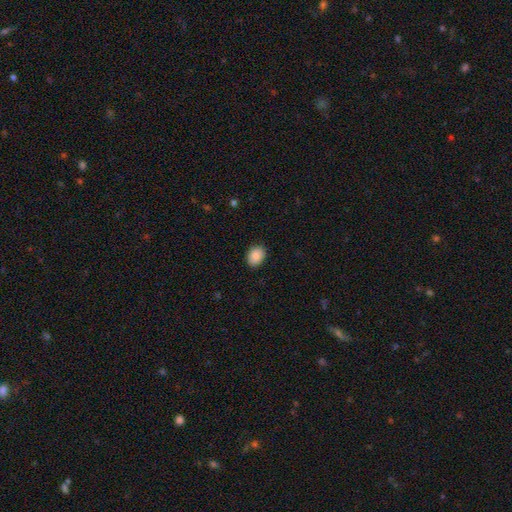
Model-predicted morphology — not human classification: smooth-or-featured: smooth: 87% | star or artifact: 7% | featured or disk: 5%
  how-rounded: in between: 65% | round: 34% | cigar-shaped: 1%
  merging: none: 88% | minor disturbance: 9% | major disturbance: 2% | merger: 1%